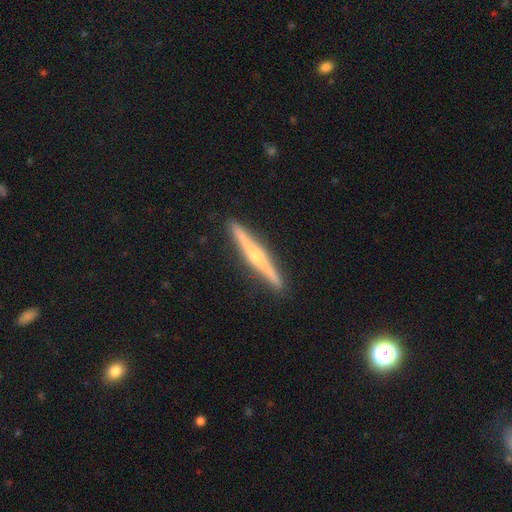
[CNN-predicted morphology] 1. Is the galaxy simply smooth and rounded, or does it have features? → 76% featured or disk, 18% smooth, 5% star or artifact.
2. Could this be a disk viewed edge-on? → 98% yes, 2% no.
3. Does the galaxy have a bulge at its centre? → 86% rounded, 9% none, 4% boxy.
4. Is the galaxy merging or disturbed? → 92% none, 6% minor disturbance, 1% major disturbance, 1% merger.